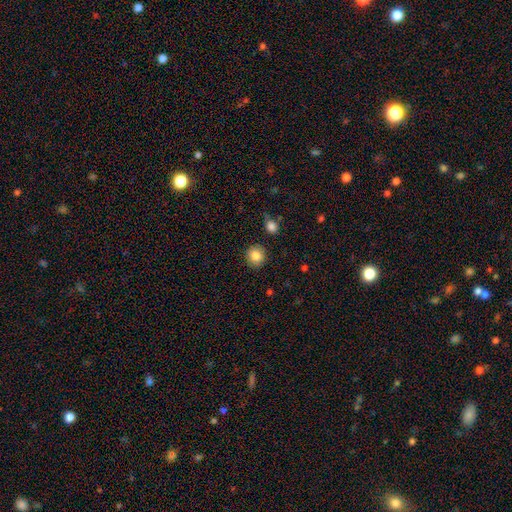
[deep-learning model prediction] Smooth or featured?
  - smooth: 85% *
  - star or artifact: 9%
  - featured or disk: 6%
How rounded?
  - round: 89% *
  - in between: 10%
  - cigar-shaped: 1%
Merging?
  - none: 88% *
  - minor disturbance: 7%
  - major disturbance: 2%
  - merger: 2%